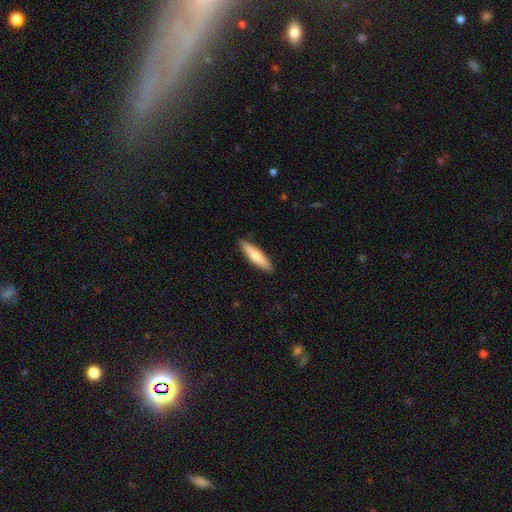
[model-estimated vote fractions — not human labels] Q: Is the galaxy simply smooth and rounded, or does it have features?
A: smooth — 73%.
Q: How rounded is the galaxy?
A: cigar-shaped — 78%.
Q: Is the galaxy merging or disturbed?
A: none — 90%.